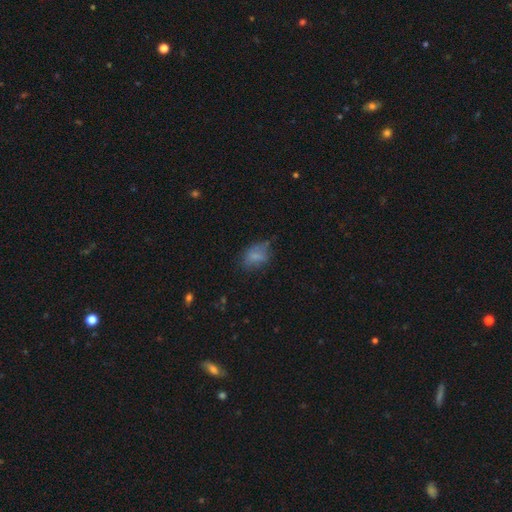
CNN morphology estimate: Q: Smooth or featured?
A: smooth (68%); runner-up: featured or disk (19%)
Q: How rounded?
A: in between (79%); runner-up: round (19%)
Q: Merging?
A: none (53%); runner-up: minor disturbance (30%)